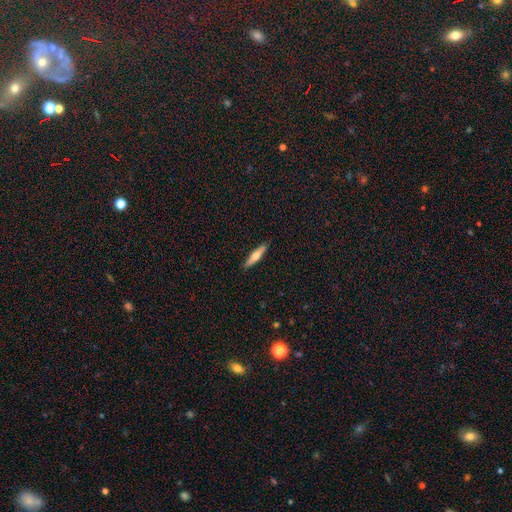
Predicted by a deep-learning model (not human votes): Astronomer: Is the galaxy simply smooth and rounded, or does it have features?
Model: smooth — 50% (runner-up: featured or disk, 45%).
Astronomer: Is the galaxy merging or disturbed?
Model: none — 91%.